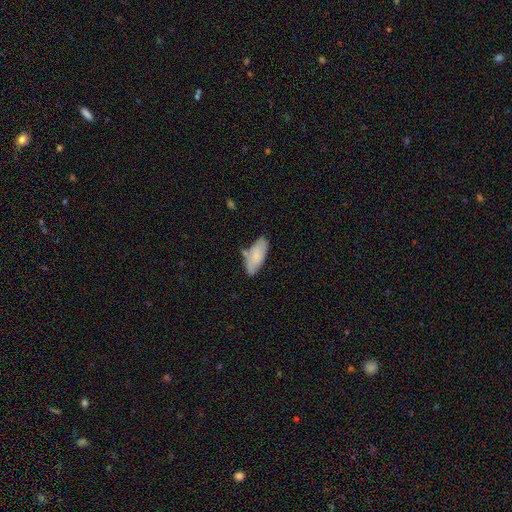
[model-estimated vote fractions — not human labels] Q: Smooth or featured?
A: smooth (77%); runner-up: featured or disk (17%)
Q: How rounded?
A: in between (84%); runner-up: cigar-shaped (14%)
Q: Merging?
A: none (62%); runner-up: minor disturbance (23%)